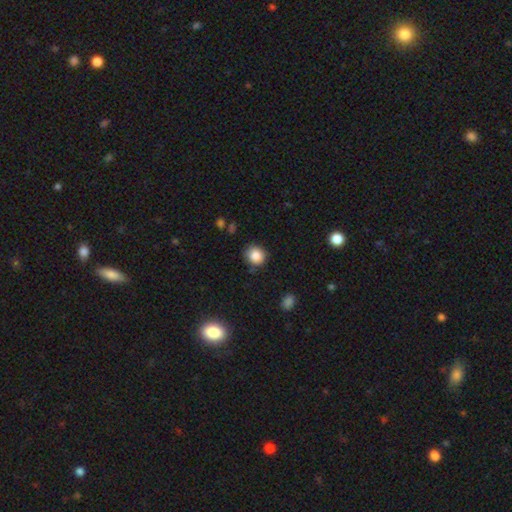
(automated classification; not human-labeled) A smooth galaxy with no disk features (85%) that is round (82%).

Vote fractions:
- Smooth or featured? smooth: 85% / star or artifact: 10% / featured or disk: 5%
- How rounded? round: 82% / in between: 17% / cigar-shaped: 1%
- Merging? none: 83% / minor disturbance: 12% / major disturbance: 3% / merger: 2%